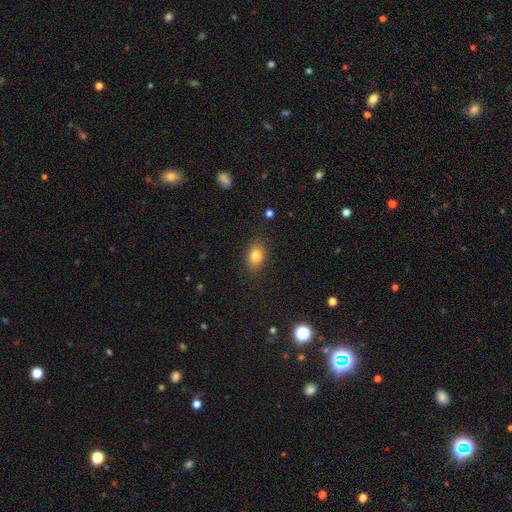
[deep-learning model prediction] A smooth galaxy with no disk features (80%) that is in between round and cigar-shaped (73%). Merging: none (83%).